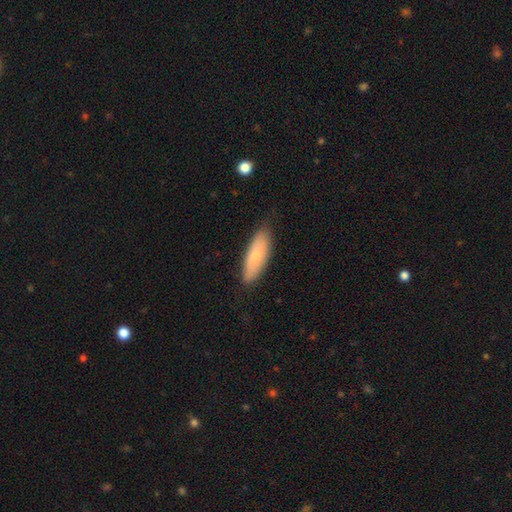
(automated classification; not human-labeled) Smooth or featured: smooth — 70% (featured or disk — 24%)
How rounded: in between — 64% (cigar-shaped — 34%)
Merging: none — 79% (minor disturbance — 17%)